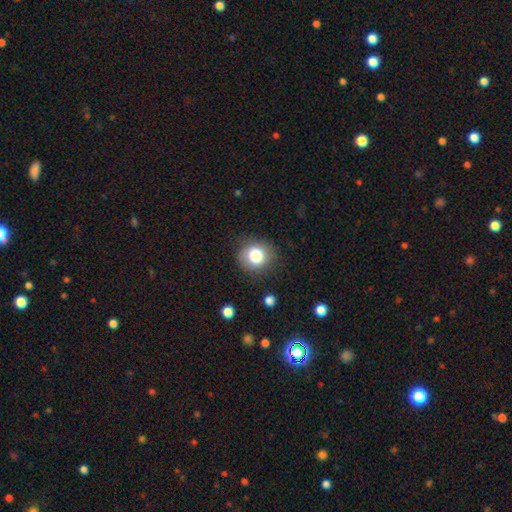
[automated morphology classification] A smooth galaxy with no disk features (80%) that is round (85%). Merging: none (82%).